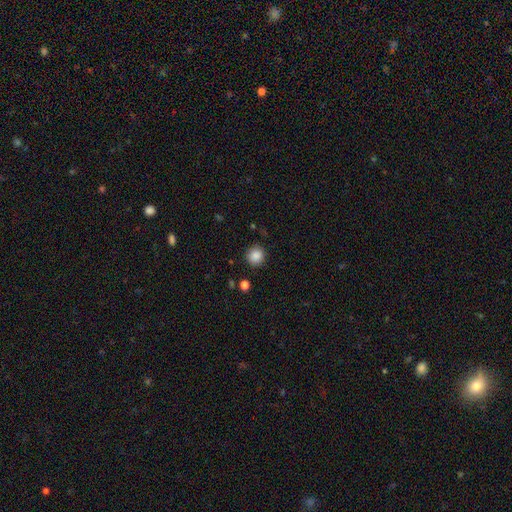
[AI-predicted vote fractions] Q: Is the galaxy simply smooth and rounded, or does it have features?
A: smooth — 87%.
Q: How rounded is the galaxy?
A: round — 91%.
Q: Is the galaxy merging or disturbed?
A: none — 87%.